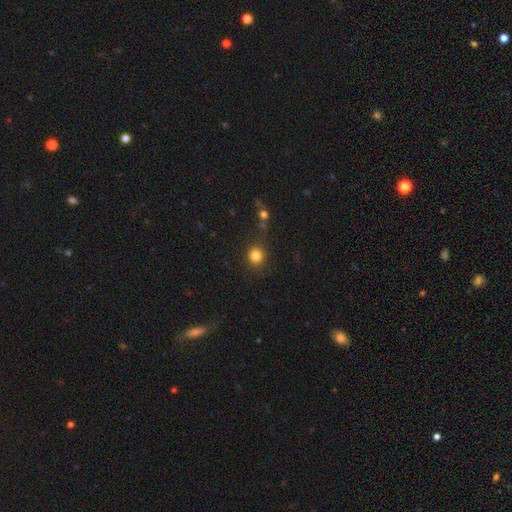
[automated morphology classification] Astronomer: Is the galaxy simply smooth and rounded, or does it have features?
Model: smooth — 82%.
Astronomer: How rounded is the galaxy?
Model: round — 89%.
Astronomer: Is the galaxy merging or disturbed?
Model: none — 82%.